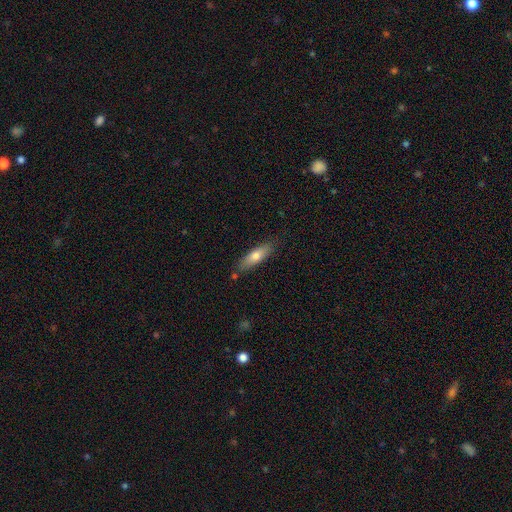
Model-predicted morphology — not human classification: Q: Smooth or featured?
A: smooth (70%); runner-up: featured or disk (24%)
Q: How rounded?
A: cigar-shaped (57%); runner-up: in between (41%)
Q: Merging?
A: none (80%); runner-up: minor disturbance (14%)